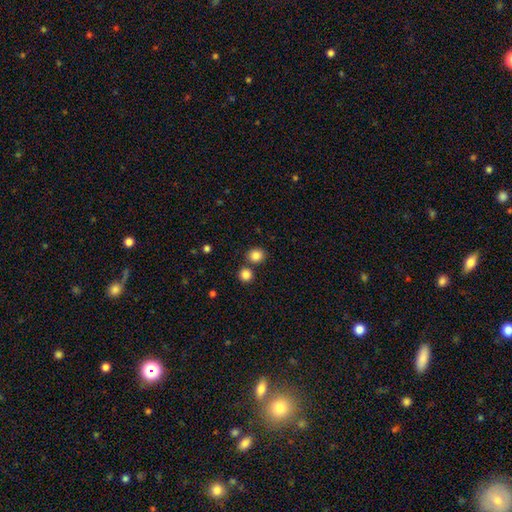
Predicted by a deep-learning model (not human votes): This is clearly a smooth galaxy (86%). How rounded: likely round (79%). Merging: likely none (74%).